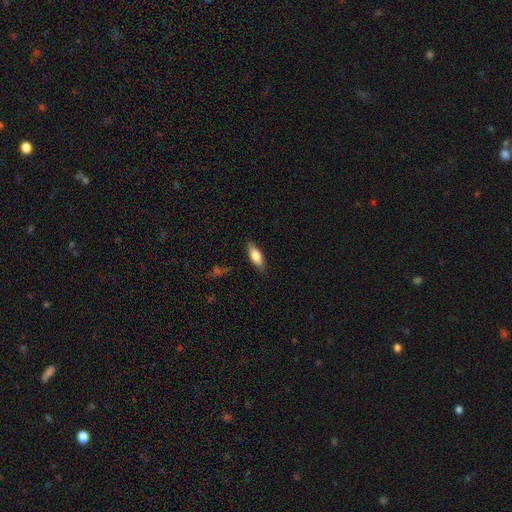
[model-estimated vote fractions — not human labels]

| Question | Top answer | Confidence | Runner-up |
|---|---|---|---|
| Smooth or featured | smooth | 74% | featured or disk (20%) |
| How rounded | in between | 71% | cigar-shaped (26%) |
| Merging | none | 83% | minor disturbance (13%) |